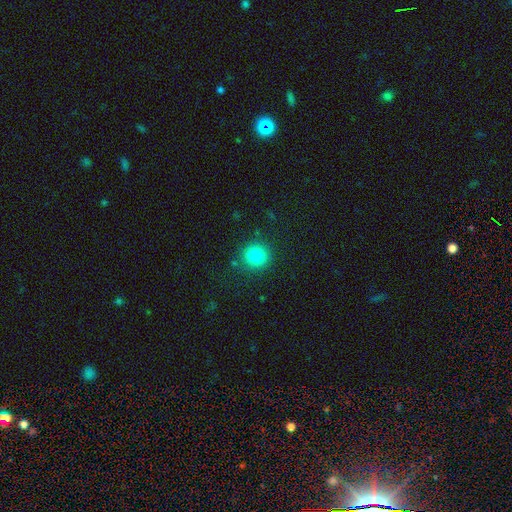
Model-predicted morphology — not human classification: smooth-or-featured: smooth: 83% | star or artifact: 12% | featured or disk: 6%
  how-rounded: round: 92% | in between: 7% | cigar-shaped: 1%
  merging: none: 87% | minor disturbance: 8% | major disturbance: 3% | merger: 2%